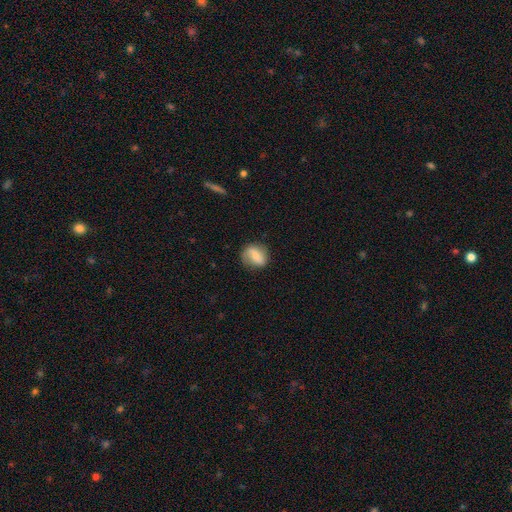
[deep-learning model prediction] smooth-or-featured: smooth: 60% | featured or disk: 32% | star or artifact: 8%
  how-rounded: round: 50% | in between: 48% | cigar-shaped: 2%
  merging: none: 72% | minor disturbance: 19% | major disturbance: 7% | merger: 1%